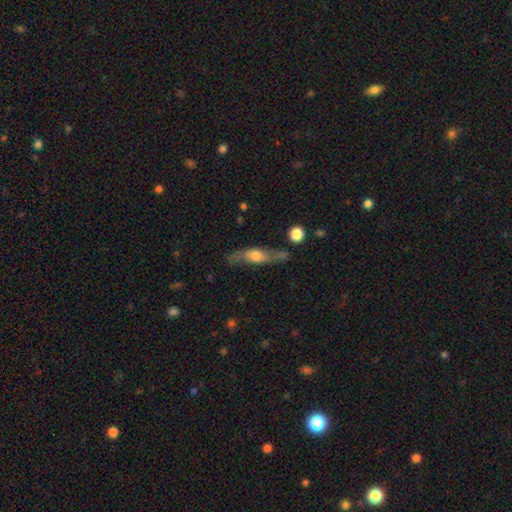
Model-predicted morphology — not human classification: featured or disk 55%, smooth 39%, star or artifact 7%. Down the decision tree: edge-on disk — yes (64%); merging — none (65%).